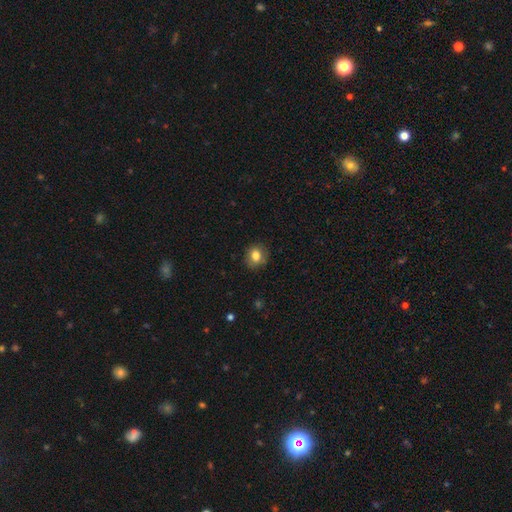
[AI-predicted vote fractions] The model was most divided on "how rounded": round: 70%, in between: 29%, cigar-shaped: 1%. More confident: merging — none (85%); smooth or featured — smooth (82%).